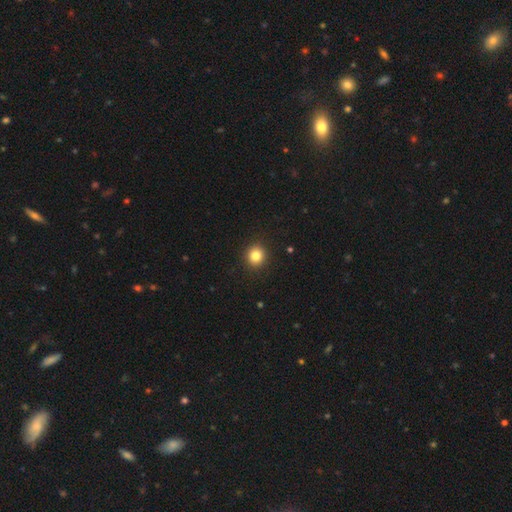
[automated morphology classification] smooth_or_featured: smooth (p=0.83) [alt: star or artifact p=0.12]
how_rounded: round (p=0.90) [alt: in between p=0.09]
merging: none (p=0.92) [alt: minor disturbance p=0.05]